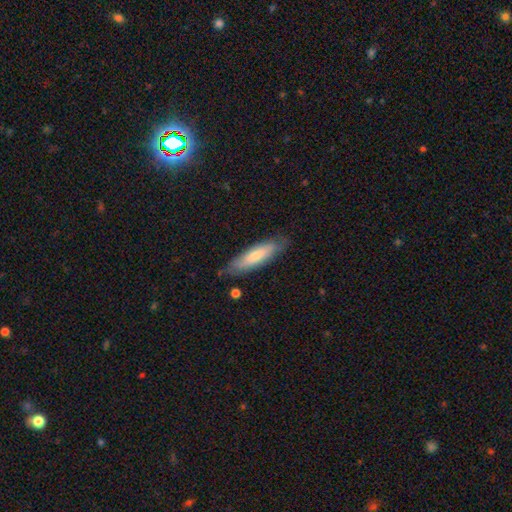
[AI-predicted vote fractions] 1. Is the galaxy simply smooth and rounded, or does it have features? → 70% smooth, 24% featured or disk, 6% star or artifact.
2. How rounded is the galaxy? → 64% cigar-shaped, 34% in between, 1% round.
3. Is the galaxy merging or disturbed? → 78% none, 17% minor disturbance, 3% major disturbance, 2% merger.